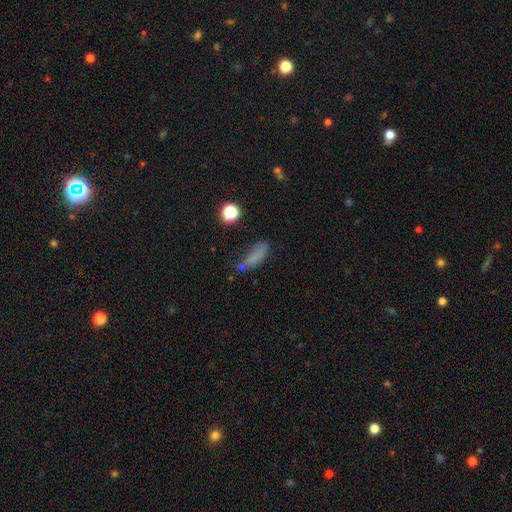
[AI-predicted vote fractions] A smooth galaxy with no disk features (68%) that is in between round and cigar-shaped (55%). Merging: none (46%).